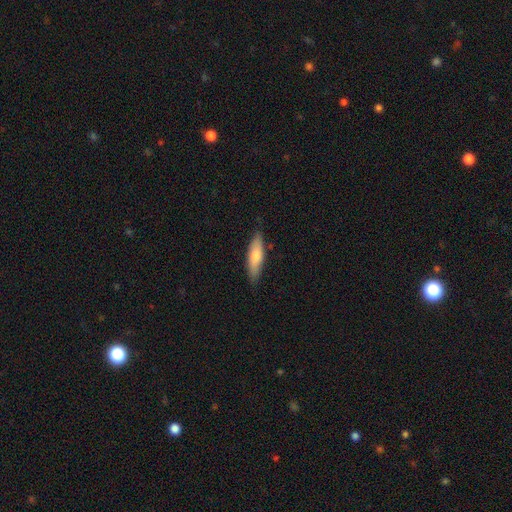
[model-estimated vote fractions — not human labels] smooth-or-featured: smooth: 74% | featured or disk: 21% | star or artifact: 5%
  how-rounded: cigar-shaped: 58% | in between: 40% | round: 2%
  merging: none: 82% | minor disturbance: 14% | major disturbance: 2% | merger: 1%